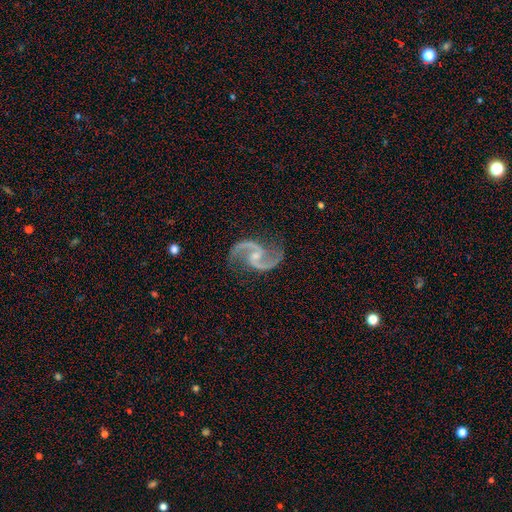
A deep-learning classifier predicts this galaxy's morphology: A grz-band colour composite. It shows a featured or disk galaxy (94%) with a weak bar (45%), 2 (95%) medium (47%) spiral arms (98%) and a small central bulge (63%). Merging: none (80%).